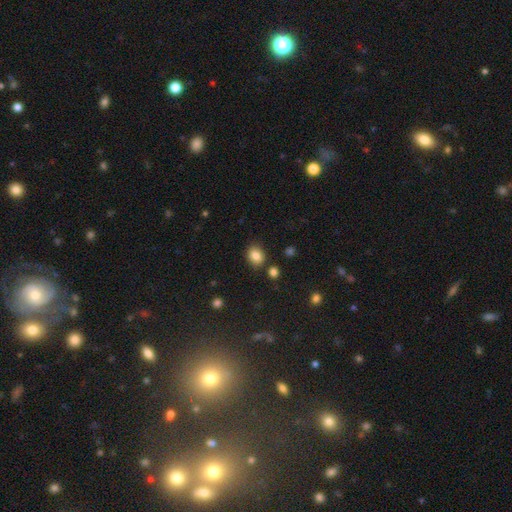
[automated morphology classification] smooth 84%, star or artifact 10%, featured or disk 6%. Down the decision tree: how rounded — round (51%); merging — none (82%).